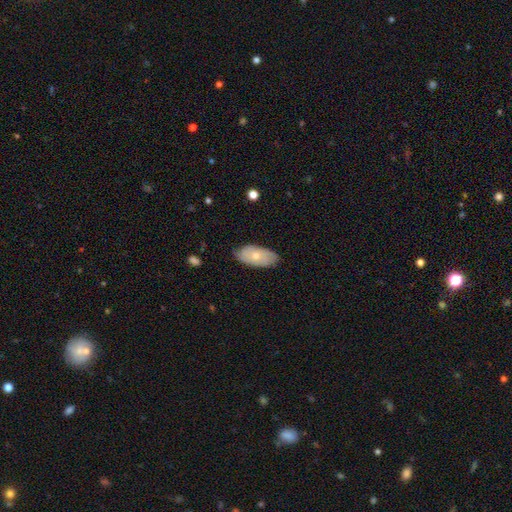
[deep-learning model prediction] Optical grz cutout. It shows a smooth galaxy with no disk features (63%) that is in between round and cigar-shaped (93%). Merging: none (77%).